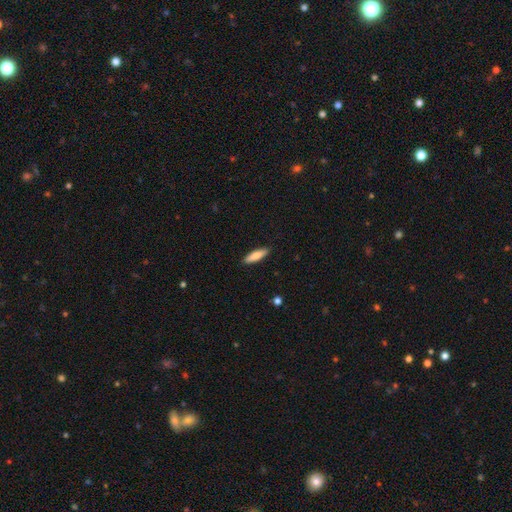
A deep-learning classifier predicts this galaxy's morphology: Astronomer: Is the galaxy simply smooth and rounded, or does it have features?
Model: smooth — 81%.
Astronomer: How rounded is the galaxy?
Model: cigar-shaped — 62%.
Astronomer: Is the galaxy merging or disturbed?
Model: none — 89%.